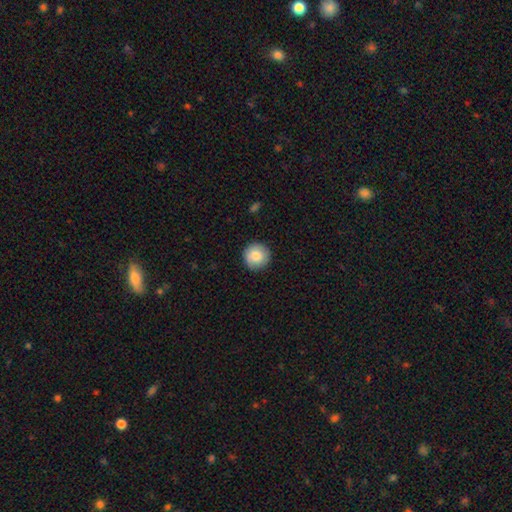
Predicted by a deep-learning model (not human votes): A smooth galaxy with no disk features (83%) that is round (96%). Merging: none (91%).